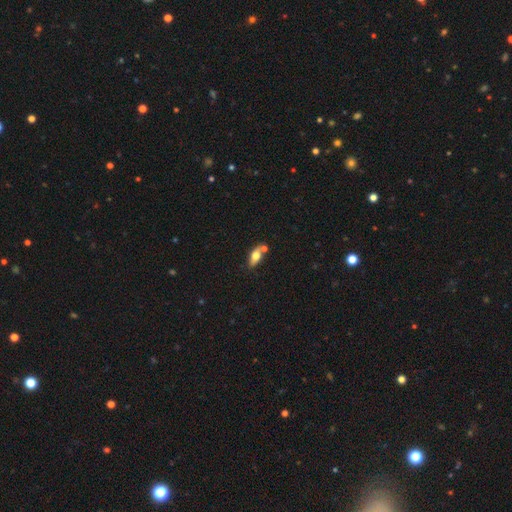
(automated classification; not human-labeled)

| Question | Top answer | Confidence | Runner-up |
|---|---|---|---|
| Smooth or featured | smooth | 62% | featured or disk (30%) |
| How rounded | in between | 79% | cigar-shaped (15%) |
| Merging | none | 58% | merger (23%) |